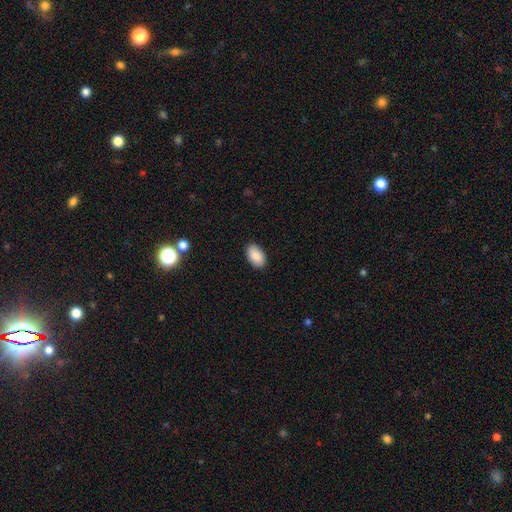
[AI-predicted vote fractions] A smooth galaxy with no disk features (89%) that is in between round and cigar-shaped (94%).

Vote fractions:
- Smooth or featured? smooth: 89% / star or artifact: 7% / featured or disk: 5%
- How rounded? in between: 94% / round: 5% / cigar-shaped: 1%
- Merging? none: 89% / minor disturbance: 8% / major disturbance: 2% / merger: 1%